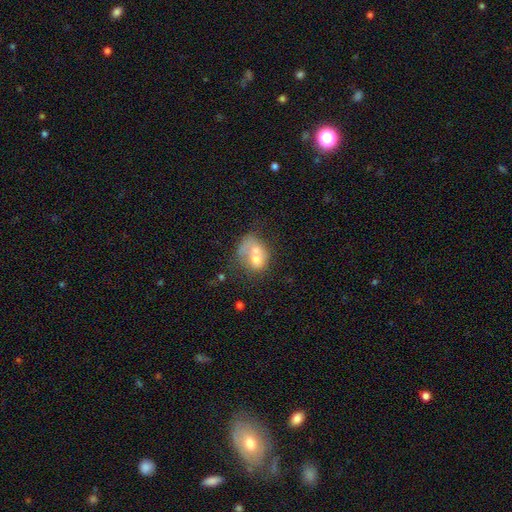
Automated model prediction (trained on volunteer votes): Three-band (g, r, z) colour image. It shows a smooth galaxy with no disk features (56%) that is in between round and cigar-shaped (56%). Merging: merger (61%).